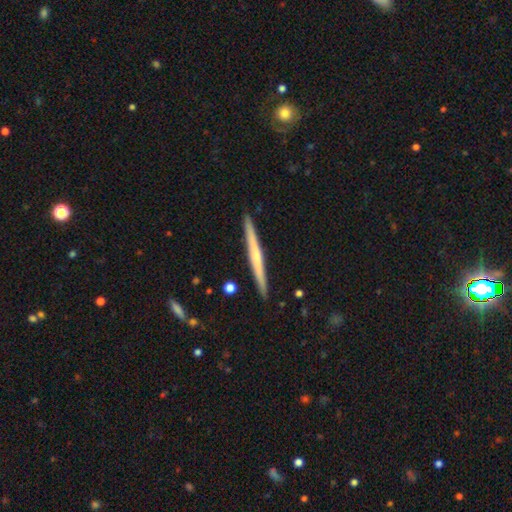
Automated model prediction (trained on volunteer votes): smooth_or_featured: featured or disk (p=0.57) [alt: smooth p=0.37]
disk_edge_on: yes (p=0.98) [alt: no p=0.02]
edge_on_bulge: none (p=0.55) [alt: rounded p=0.39]
merging: none (p=0.92) [alt: minor disturbance p=0.06]